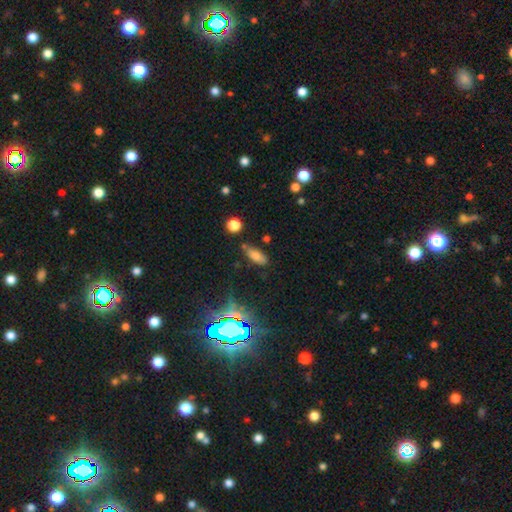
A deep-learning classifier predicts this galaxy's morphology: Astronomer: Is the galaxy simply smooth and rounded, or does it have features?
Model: smooth — 67%.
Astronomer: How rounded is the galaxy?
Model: in between — 72%.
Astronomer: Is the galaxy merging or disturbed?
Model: none — 73%.